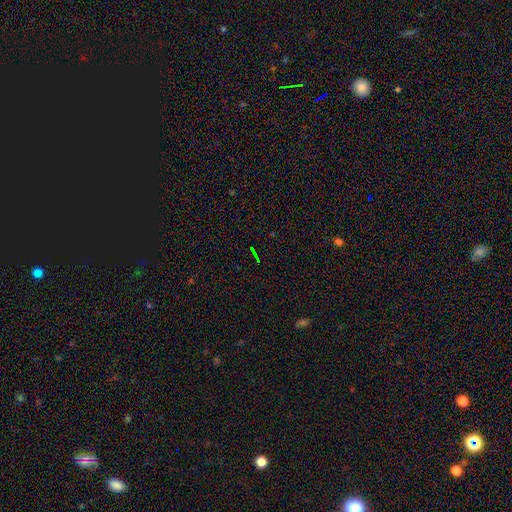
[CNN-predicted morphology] Smooth or featured? star or artifact (72%)